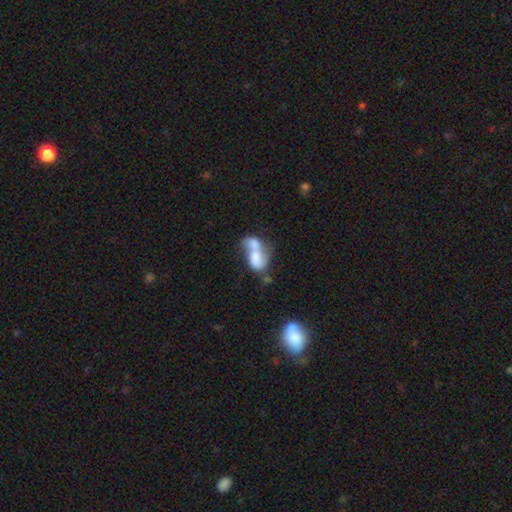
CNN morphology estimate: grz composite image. It shows a smooth galaxy with no disk features (58%) that is in between round and cigar-shaped (84%). Merging: merger (74%).